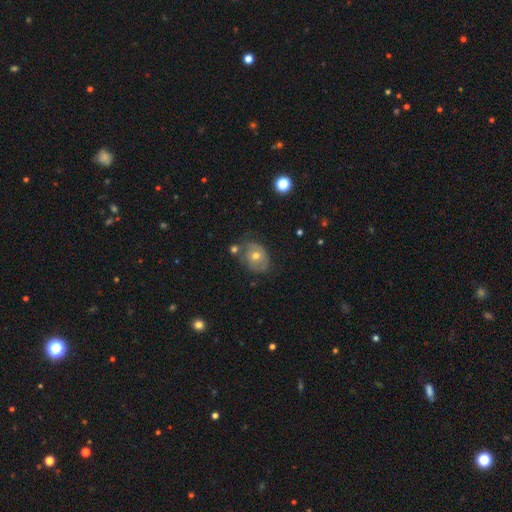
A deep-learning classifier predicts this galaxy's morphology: This is possibly a smooth galaxy (53%). How rounded: possibly in between (55%). Merging: possibly none (58%).